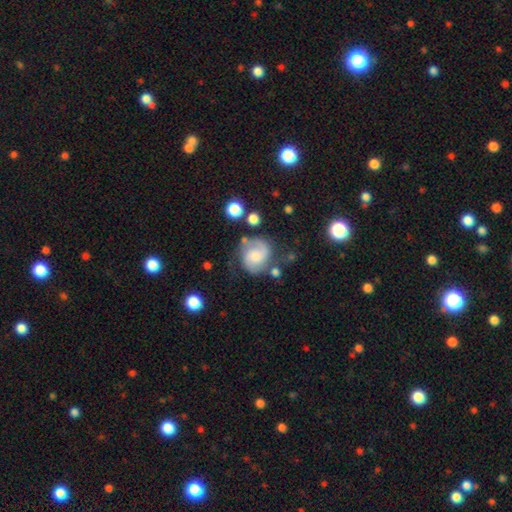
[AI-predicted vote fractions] The model was most divided on "bulge size": moderate: 43%, small: 35%, none: 12%, large: 9%, dominant: 2%. Remaining: edge-on disk — no (98%); spiral arms — yes (93%); spiral arm count — 2 (86%); smooth or featured — featured or disk (70%); merging — none (65%); bar — no (56%); spiral winding — medium (50%).